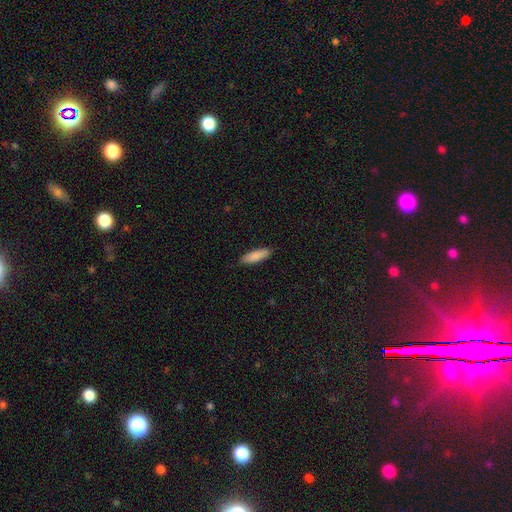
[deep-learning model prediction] Overall: smooth (88%). How rounded: cigar-shaped (57%; in between 42%). Merging: none (89%).